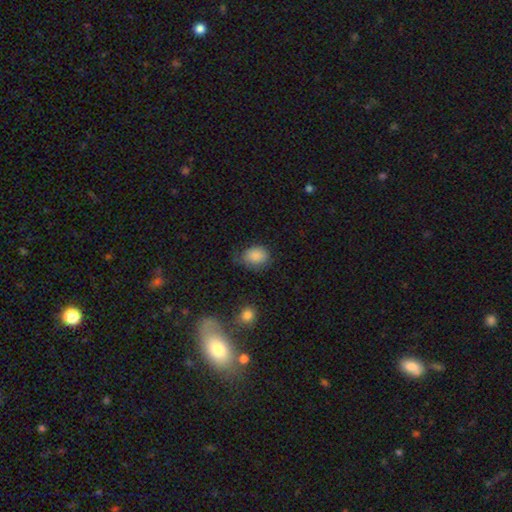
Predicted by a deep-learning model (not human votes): Overall: smooth (86%). How rounded: in between (55%; round 44%). Merging: none (52%; minor disturbance 34%).